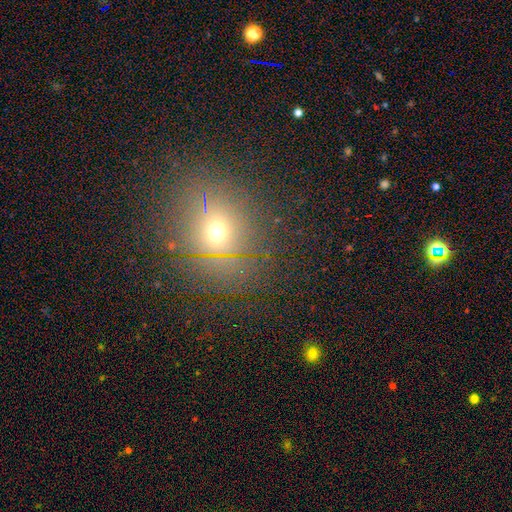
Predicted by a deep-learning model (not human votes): This appears to be a smooth galaxy with no disk features (51%) that is round (63%). Merging: none (84%).